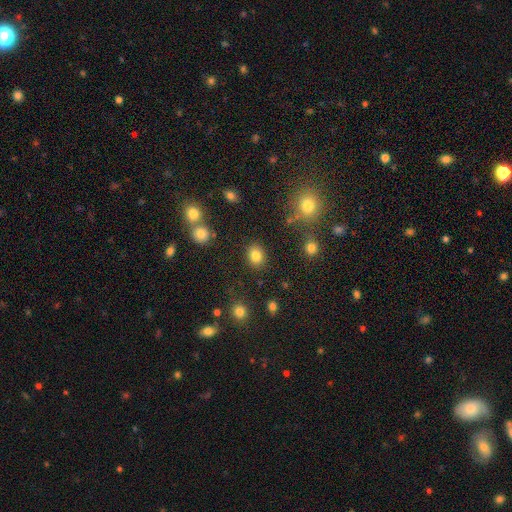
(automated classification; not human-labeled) A smooth galaxy with no disk features (83%) that is round (54%).

Vote fractions:
- Smooth or featured? smooth: 83% / star or artifact: 11% / featured or disk: 6%
- How rounded? round: 54% / in between: 45% / cigar-shaped: 1%
- Merging? none: 86% / minor disturbance: 8% / major disturbance: 3% / merger: 3%